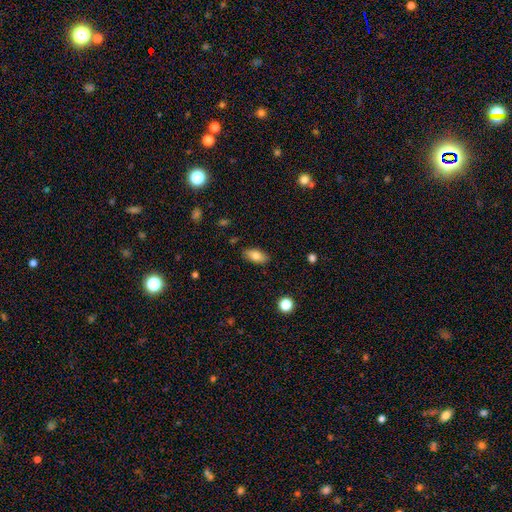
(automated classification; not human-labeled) A smooth galaxy with no disk features (79%) that is in between round and cigar-shaped (87%).

Vote fractions:
- Smooth or featured? smooth: 79% / featured or disk: 14% / star or artifact: 8%
- How rounded? in between: 87% / cigar-shaped: 9% / round: 3%
- Merging? none: 87% / minor disturbance: 10% / major disturbance: 2% / merger: 1%